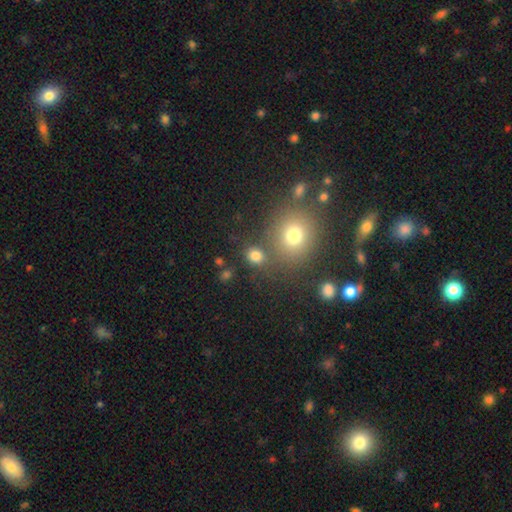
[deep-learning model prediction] smooth 78%, star or artifact 16%, featured or disk 7%. Down the decision tree: how rounded — round (66%); merging — none (72%).